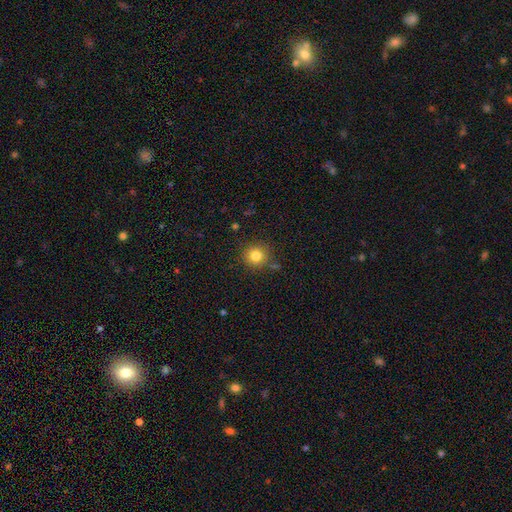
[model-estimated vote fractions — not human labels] Q: Smooth or featured?
A: smooth (81%); runner-up: star or artifact (12%)
Q: How rounded?
A: round (93%); runner-up: in between (6%)
Q: Merging?
A: none (85%); runner-up: minor disturbance (9%)